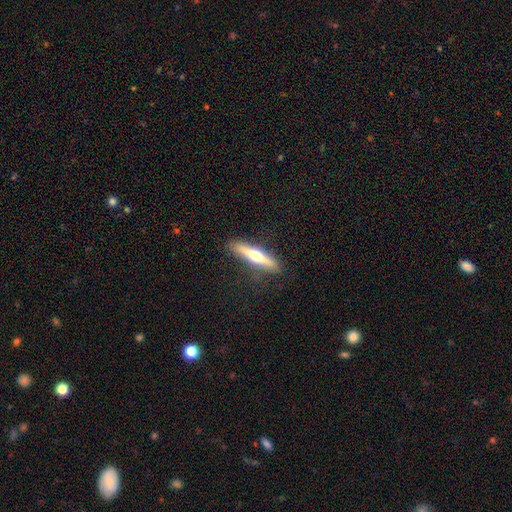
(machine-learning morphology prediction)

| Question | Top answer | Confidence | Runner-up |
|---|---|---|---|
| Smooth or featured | featured or disk | 52% | smooth (42%) |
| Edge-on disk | yes | 94% | no (6%) |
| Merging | none | 88% | minor disturbance (9%) |